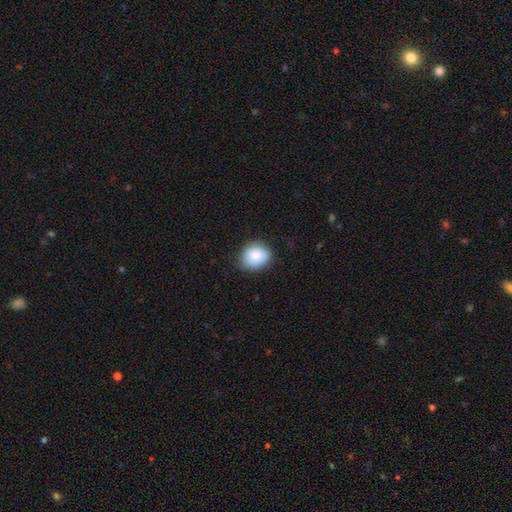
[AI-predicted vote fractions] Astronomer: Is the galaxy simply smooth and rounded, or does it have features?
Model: smooth — 83%.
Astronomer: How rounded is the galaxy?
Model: round — 66%.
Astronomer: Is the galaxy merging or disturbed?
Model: none — 80%.